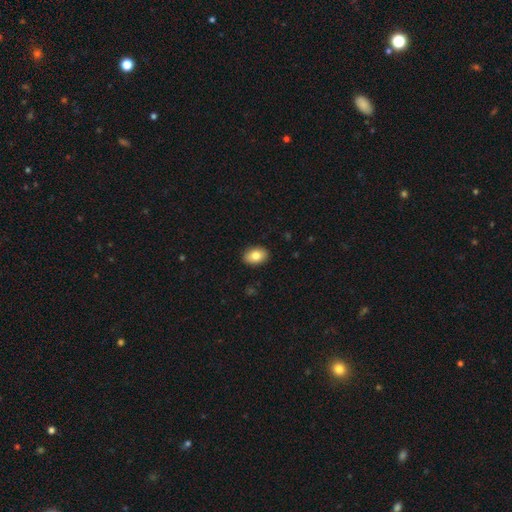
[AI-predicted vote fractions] Smooth or featured? smooth (81%)
How rounded? in between (84%)
Merging? none (90%)